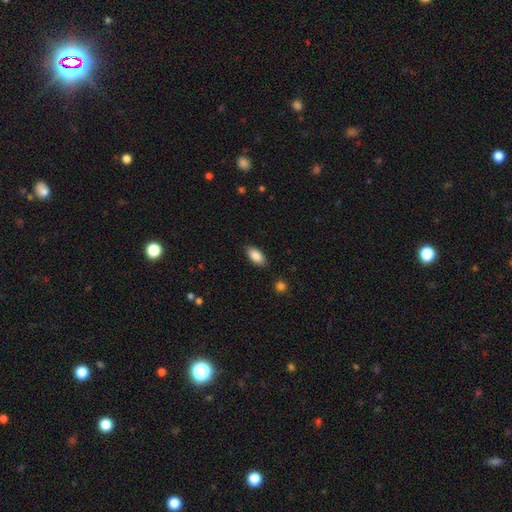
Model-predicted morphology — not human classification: The model was most divided on "merging": none: 87%, minor disturbance: 9%, major disturbance: 2%, merger: 1%. More confident: how rounded — in between (91%); smooth or featured — smooth (87%).